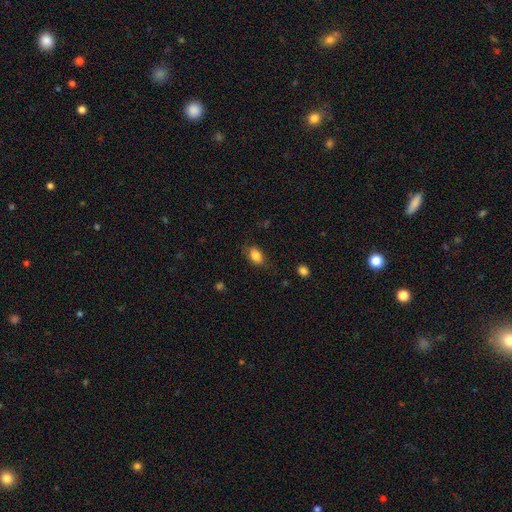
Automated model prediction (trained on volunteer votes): A smooth galaxy with no disk features (84%) that is in between round and cigar-shaped (82%).

Vote fractions:
- Smooth or featured? smooth: 84% / star or artifact: 8% / featured or disk: 7%
- How rounded? in between: 82% / round: 17% / cigar-shaped: 2%
- Merging? none: 76% / minor disturbance: 18% / major disturbance: 5% / merger: 1%